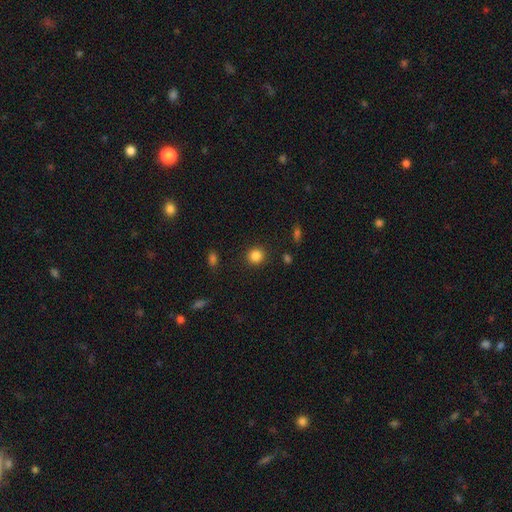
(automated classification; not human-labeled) Smooth or featured?
  - smooth: 85% *
  - star or artifact: 11%
  - featured or disk: 4%
How rounded?
  - round: 89% *
  - in between: 10%
  - cigar-shaped: 1%
Merging?
  - none: 90% *
  - minor disturbance: 6%
  - major disturbance: 2%
  - merger: 2%